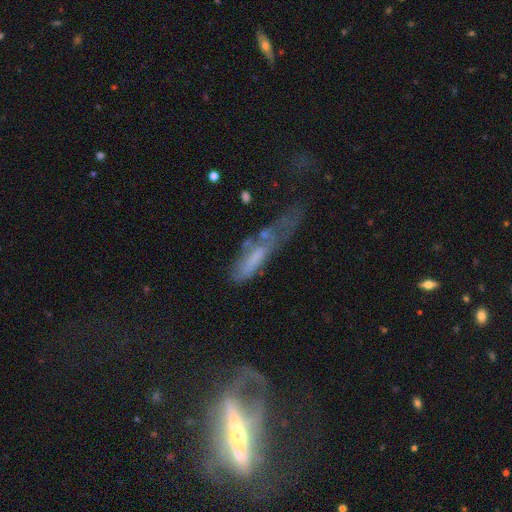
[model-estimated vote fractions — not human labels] Smooth or featured?
  - smooth: 46% *
  - featured or disk: 41%
  - star or artifact: 14%
Merging?
  - major disturbance: 36% *
  - none: 28%
  - minor disturbance: 27%
  - merger: 9%